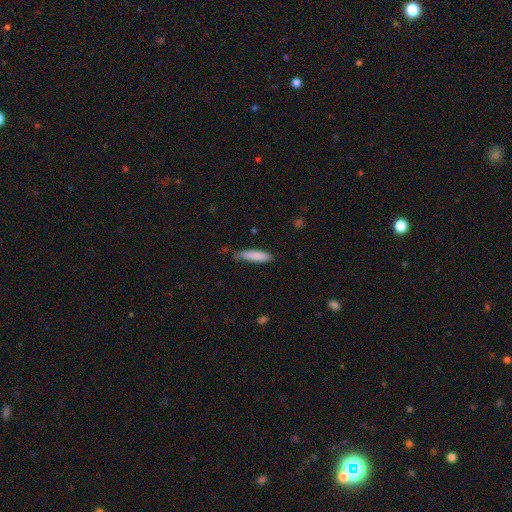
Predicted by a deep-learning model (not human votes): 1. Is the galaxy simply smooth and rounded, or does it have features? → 86% smooth, 8% featured or disk, 6% star or artifact.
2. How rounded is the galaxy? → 70% cigar-shaped, 29% in between, 1% round.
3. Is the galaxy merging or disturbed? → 70% none, 23% minor disturbance, 4% major disturbance, 2% merger.